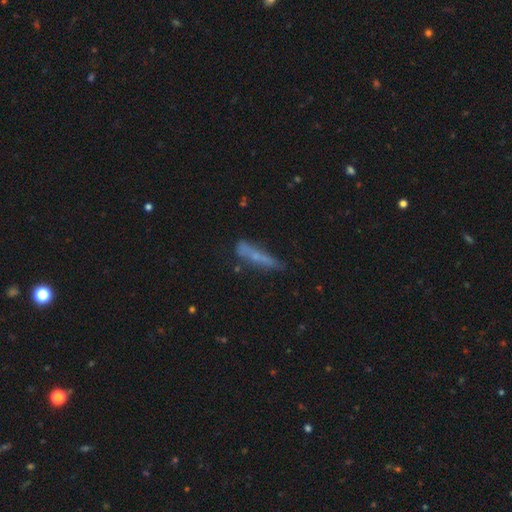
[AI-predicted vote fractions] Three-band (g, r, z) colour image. It shows a smooth galaxy with no disk features (55%) that is cigar-shaped (89%). Merging: none (61%).